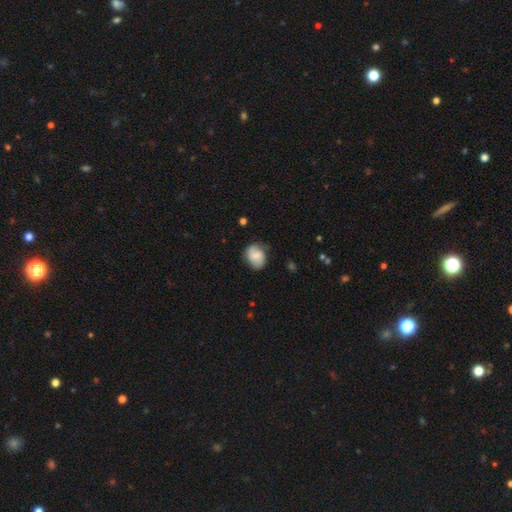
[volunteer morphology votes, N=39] Overall: smooth (67%; featured or disk 28%). How rounded: round (58%; in between 42%). Merging: none (57%; minor disturbance 35%).